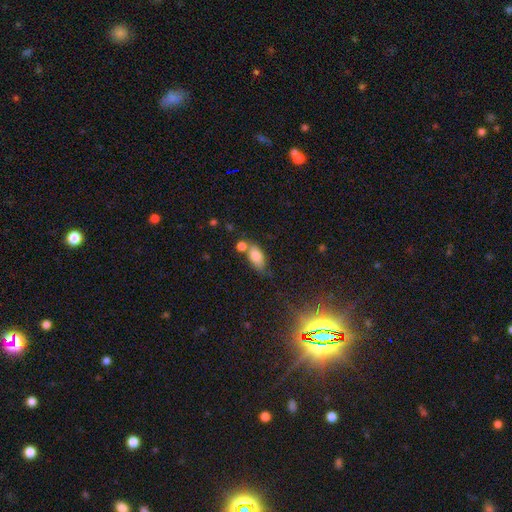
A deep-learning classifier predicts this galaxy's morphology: smooth 78%, featured or disk 12%, star or artifact 10%. Down the decision tree: how rounded — in between (88%); merging — none (48%).